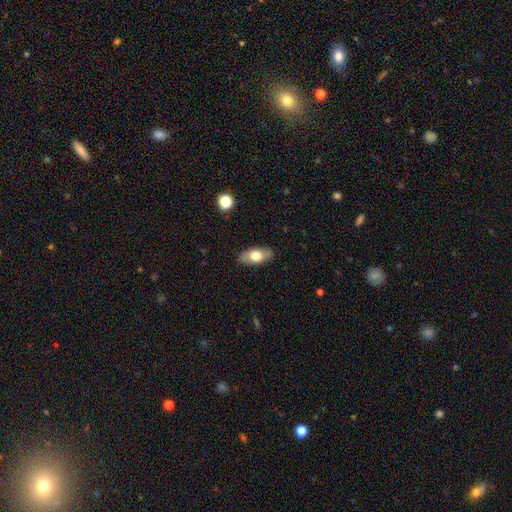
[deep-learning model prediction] This is likely a smooth galaxy (66%). How rounded: clearly in between (88%). Merging: clearly none (86%).